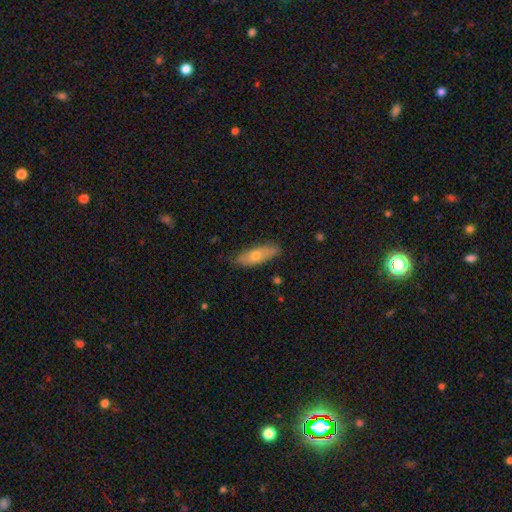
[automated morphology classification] Smooth or featured? Predicted: smooth (p=0.59). How rounded? Predicted: in between (p=0.60). Merging? Predicted: none (p=0.79).